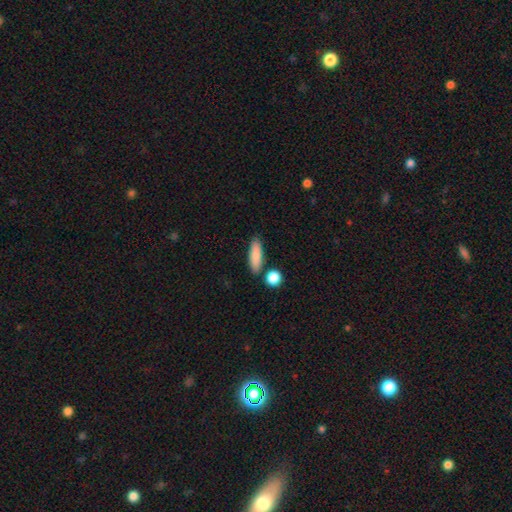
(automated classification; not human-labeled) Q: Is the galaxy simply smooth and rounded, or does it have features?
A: smooth — 86%.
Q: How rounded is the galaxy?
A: cigar-shaped — 51%.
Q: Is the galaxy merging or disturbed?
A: none — 81%.